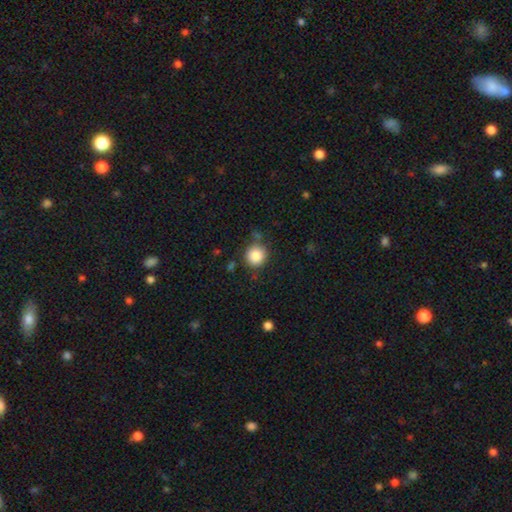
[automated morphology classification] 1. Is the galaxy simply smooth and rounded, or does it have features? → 85% smooth, 10% star or artifact, 5% featured or disk.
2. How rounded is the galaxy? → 91% round, 8% in between, 1% cigar-shaped.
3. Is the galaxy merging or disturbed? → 80% none, 12% minor disturbance, 5% merger, 4% major disturbance.